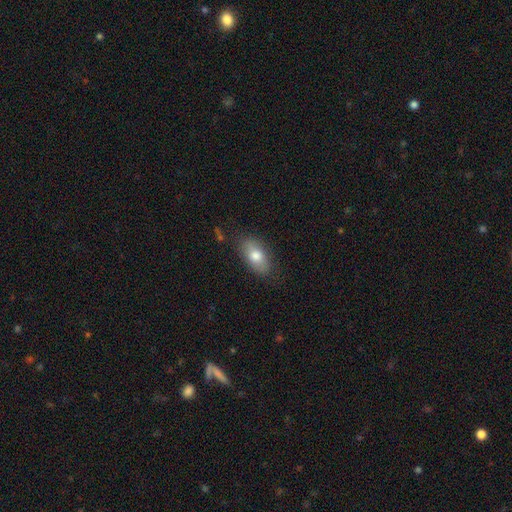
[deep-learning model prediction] smooth-or-featured: smooth: 75% | featured or disk: 18% | star or artifact: 7%
  how-rounded: in between: 89% | cigar-shaped: 5% | round: 5%
  merging: none: 80% | minor disturbance: 15% | major disturbance: 4% | merger: 2%